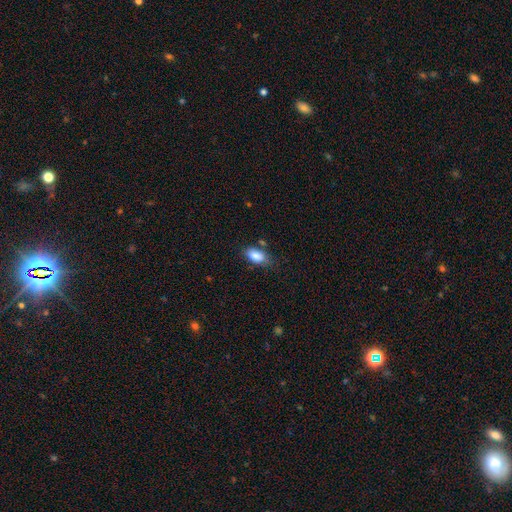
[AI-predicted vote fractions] This appears to be a smooth galaxy with no disk features (85%) that is in between round and cigar-shaped (90%). Merging: none (66%).